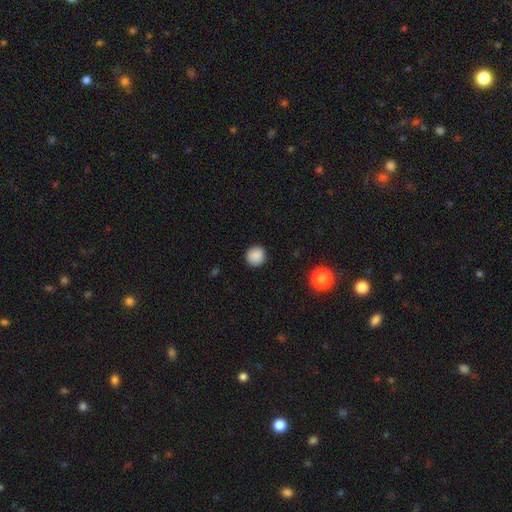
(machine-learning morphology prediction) smooth_or_featured: smooth (p=0.87) [alt: star or artifact p=0.10]
how_rounded: round (p=0.92) [alt: in between p=0.07]
merging: none (p=0.90) [alt: minor disturbance p=0.07]